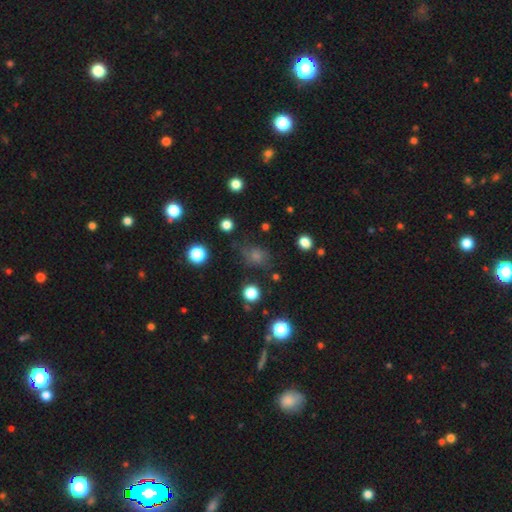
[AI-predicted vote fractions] smooth_or_featured: smooth (p=0.53) [alt: star or artifact p=0.34]
how_rounded: round (p=0.67) [alt: in between p=0.30]
merging: none (p=0.69) [alt: minor disturbance p=0.18]